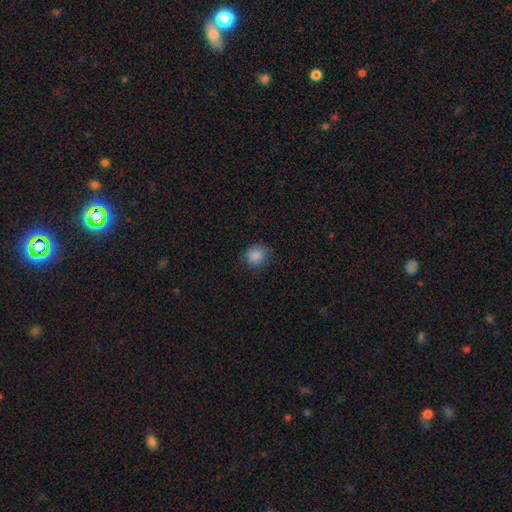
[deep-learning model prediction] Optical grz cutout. It shows a smooth galaxy with no disk features (86%) that is round (83%). Merging: none (82%).